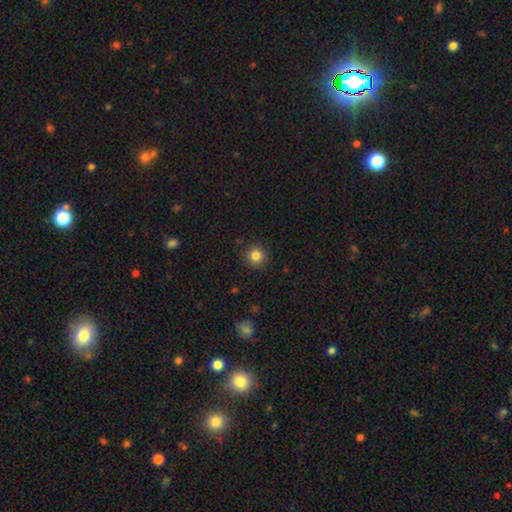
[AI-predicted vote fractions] This is clearly a smooth galaxy (83%). How rounded: clearly round (92%). Merging: clearly none (90%).